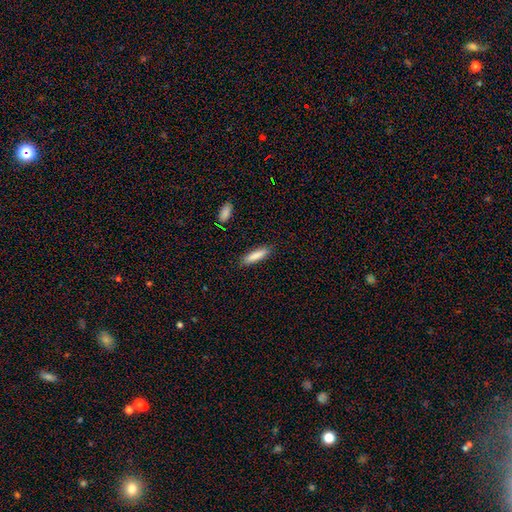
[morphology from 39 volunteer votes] Smooth or featured? smooth (85%)
How rounded? cigar-shaped (73%)
Merging? none (92%)